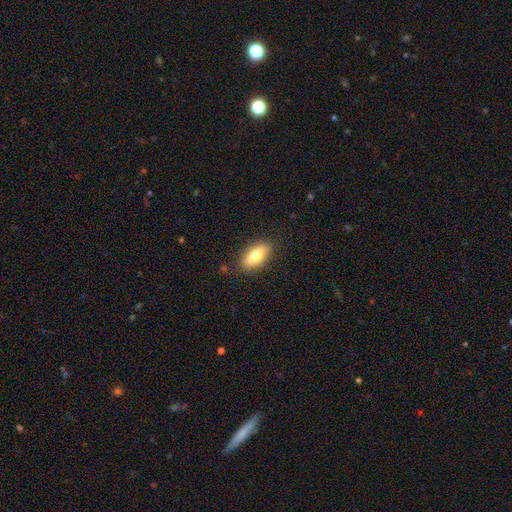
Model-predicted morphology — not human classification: Smooth or featured? smooth (69%)
How rounded? in between (81%)
Merging? none (85%)